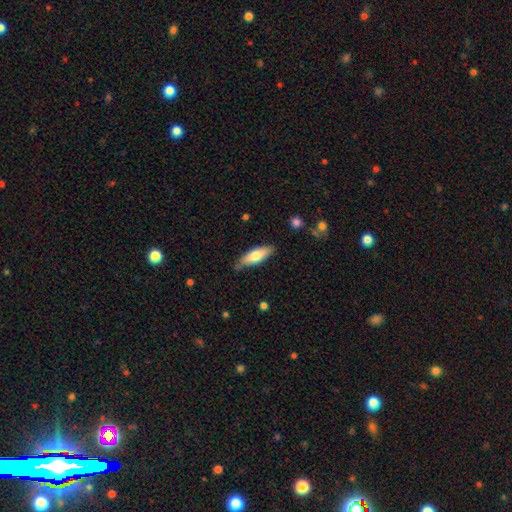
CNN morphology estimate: Smooth or featured? smooth (66%)
How rounded? in between (54%)
Merging? none (78%)